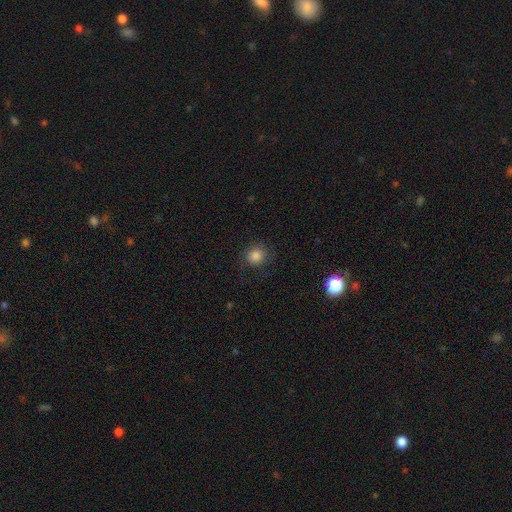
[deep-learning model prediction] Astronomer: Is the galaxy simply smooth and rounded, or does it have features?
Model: smooth — 83%.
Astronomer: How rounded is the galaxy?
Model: round — 84%.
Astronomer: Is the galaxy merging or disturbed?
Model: none — 80%.